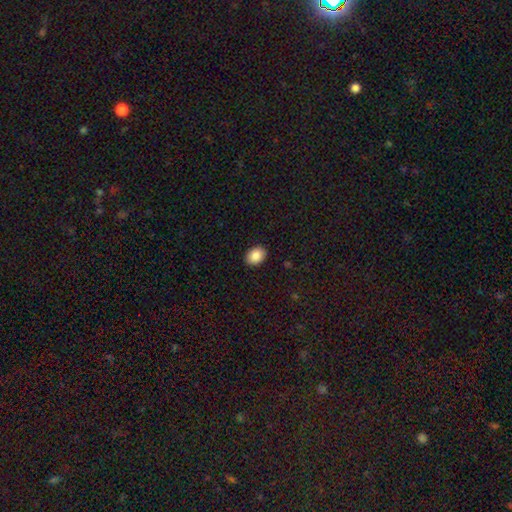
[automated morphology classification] Smooth or featured? smooth (88%)
How rounded? in between (66%)
Merging? none (91%)